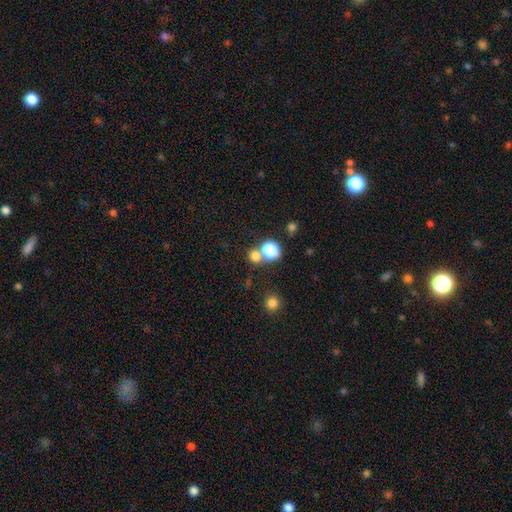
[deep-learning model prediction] smooth_or_featured: smooth (p=0.71) [alt: star or artifact p=0.23]
how_rounded: round (p=0.85) [alt: in between p=0.14]
merging: none (p=0.62) [alt: merger p=0.27]